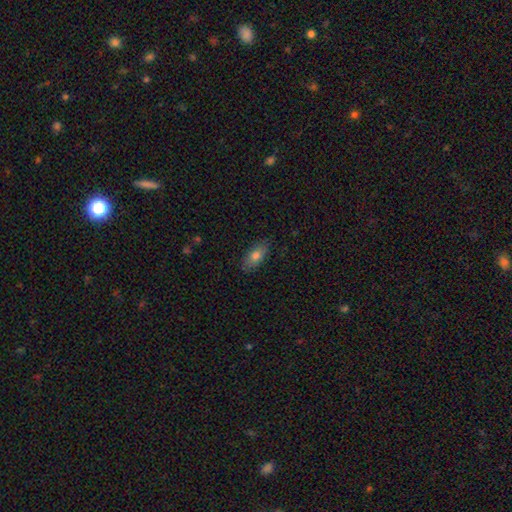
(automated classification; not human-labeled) Smooth or featured: smooth — 77% (featured or disk — 16%)
How rounded: in between — 85% (cigar-shaped — 11%)
Merging: none — 85% (minor disturbance — 12%)